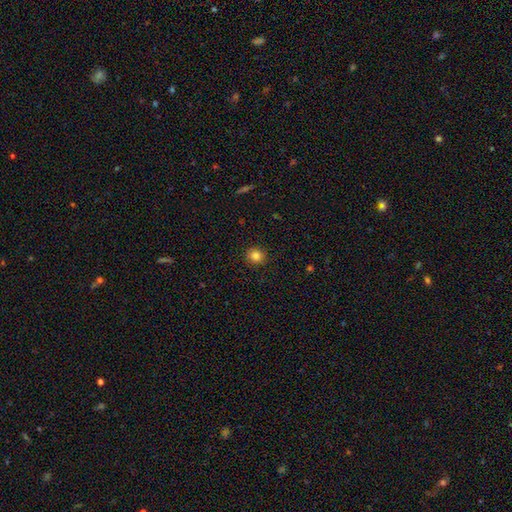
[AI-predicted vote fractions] A smooth galaxy with no disk features (83%) that is round (88%).

Vote fractions:
- Smooth or featured? smooth: 83% / star or artifact: 12% / featured or disk: 5%
- How rounded? round: 88% / in between: 11% / cigar-shaped: 1%
- Merging? none: 91% / minor disturbance: 6% / major disturbance: 2% / merger: 1%